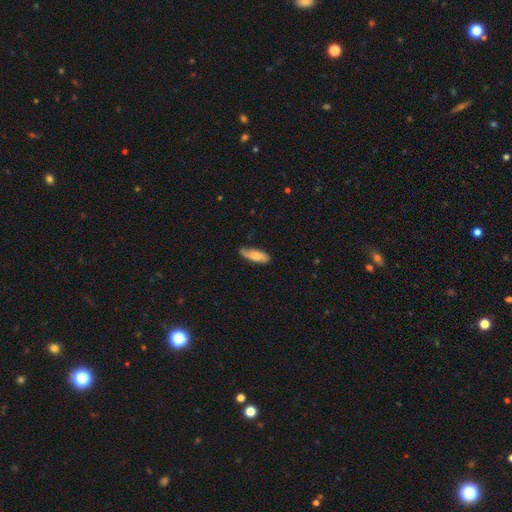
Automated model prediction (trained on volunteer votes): A smooth galaxy with no disk features (68%) that is in between round and cigar-shaped (60%).

Vote fractions:
- Smooth or featured? smooth: 68% / featured or disk: 27% / star or artifact: 6%
- How rounded? in between: 60% / cigar-shaped: 38% / round: 2%
- Merging? none: 72% / minor disturbance: 23% / major disturbance: 4% / merger: 2%